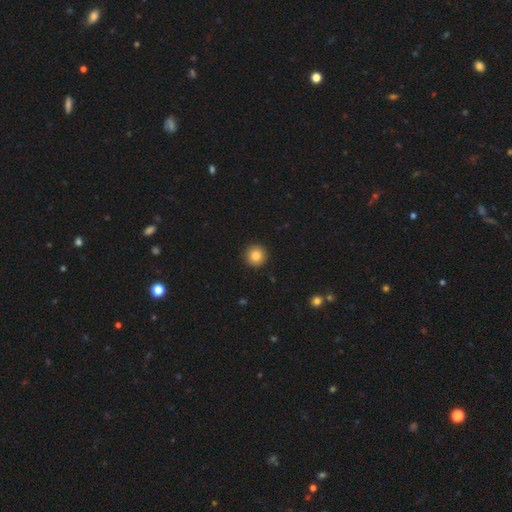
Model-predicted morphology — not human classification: A smooth galaxy with no disk features (84%) that is round (95%).

Vote fractions:
- Smooth or featured? smooth: 84% / star or artifact: 10% / featured or disk: 6%
- How rounded? round: 95% / in between: 4% / cigar-shaped: 1%
- Merging? none: 93% / minor disturbance: 4% / major disturbance: 1% / merger: 1%